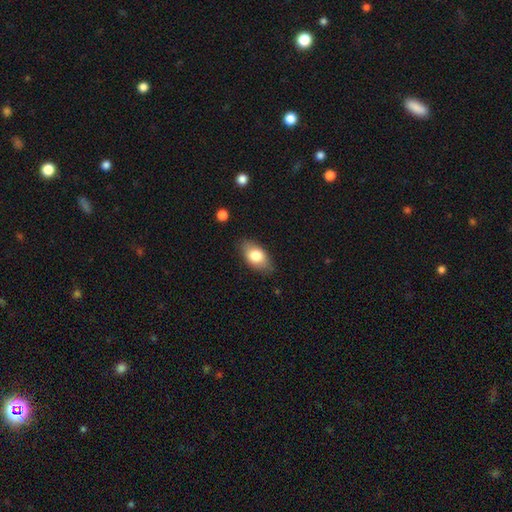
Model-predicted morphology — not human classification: This appears to be a smooth galaxy with no disk features (76%) that is in between round and cigar-shaped (90%). Merging: none (80%).